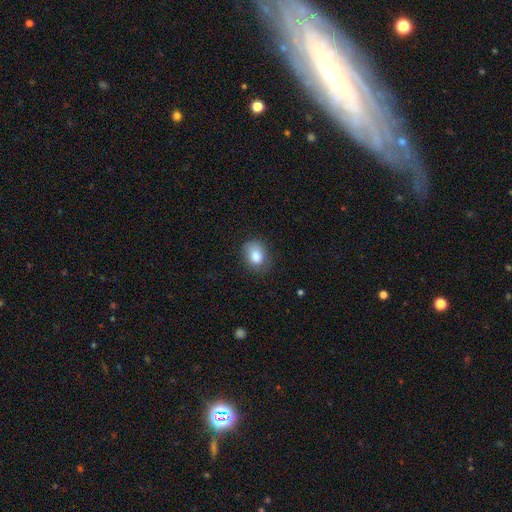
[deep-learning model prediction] A smooth galaxy with no disk features (83%) that is in between round and cigar-shaped (57%).

Vote fractions:
- Smooth or featured? smooth: 83% / featured or disk: 8% / star or artifact: 8%
- How rounded? in between: 57% / round: 42% / cigar-shaped: 1%
- Merging? none: 70% / minor disturbance: 22% / major disturbance: 7% / merger: 1%